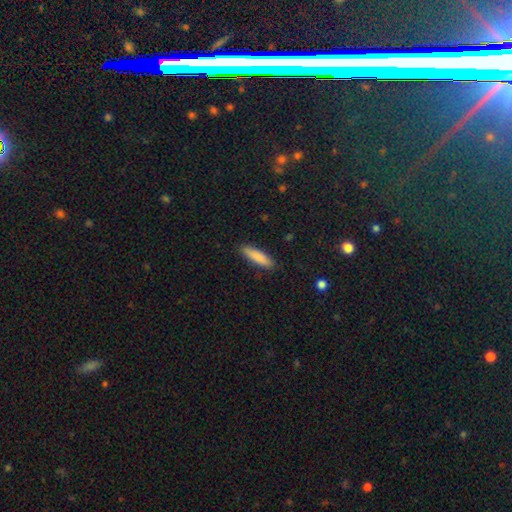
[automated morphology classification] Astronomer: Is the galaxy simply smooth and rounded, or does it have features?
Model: smooth — 86%.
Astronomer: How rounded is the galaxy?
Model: cigar-shaped — 72%.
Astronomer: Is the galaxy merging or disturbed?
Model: none — 89%.